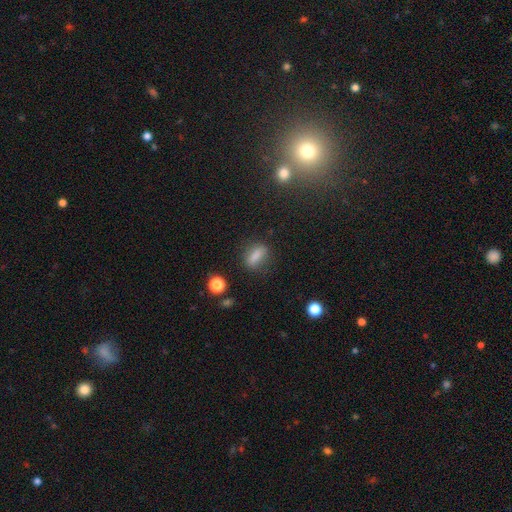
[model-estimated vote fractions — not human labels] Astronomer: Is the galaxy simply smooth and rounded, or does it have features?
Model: smooth — 79%.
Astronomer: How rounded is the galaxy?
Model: in between — 62%.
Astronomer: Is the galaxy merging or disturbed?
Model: none — 76%.